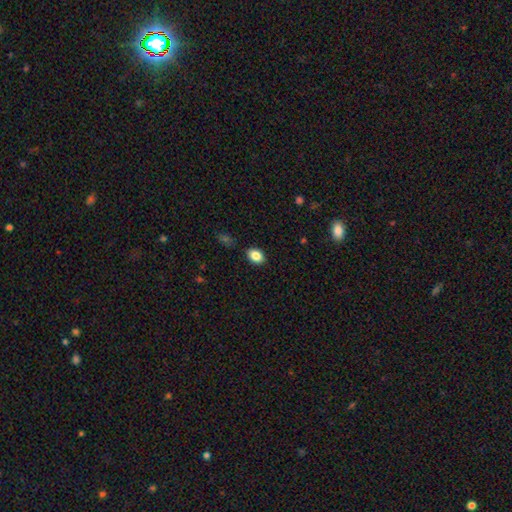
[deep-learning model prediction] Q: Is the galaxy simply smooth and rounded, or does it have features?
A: smooth — 86%.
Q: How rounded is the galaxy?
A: in between — 77%.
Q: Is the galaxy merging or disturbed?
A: none — 88%.